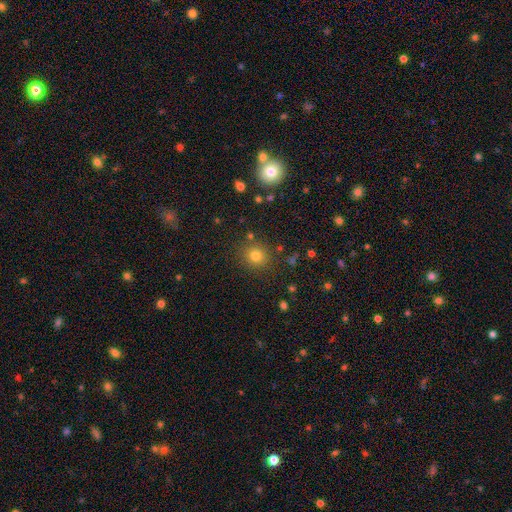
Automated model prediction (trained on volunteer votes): smooth-or-featured: smooth: 78% | star or artifact: 16% | featured or disk: 6%
  how-rounded: round: 90% | in between: 9% | cigar-shaped: 1%
  merging: none: 86% | minor disturbance: 8% | merger: 3% | major disturbance: 3%